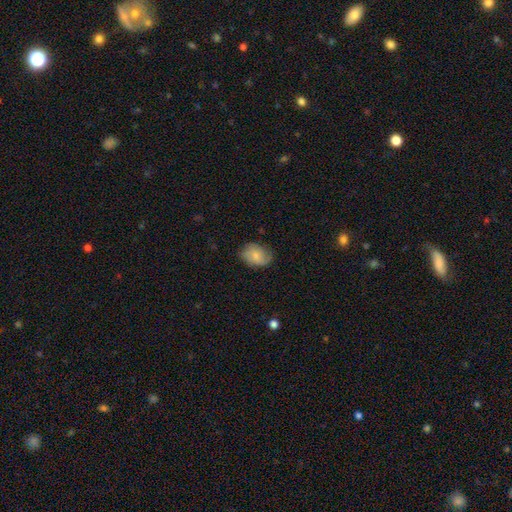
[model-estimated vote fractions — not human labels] Morphology: type=smooth (72%); roundness=in between (72%); merging=none (70%).